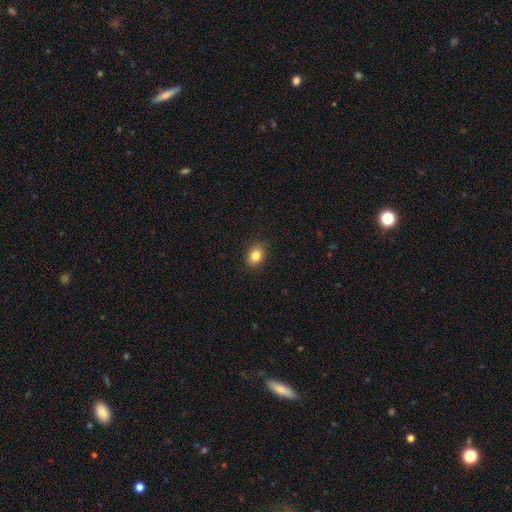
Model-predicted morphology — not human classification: This is clearly a smooth galaxy (84%). How rounded: likely in between (62%). Merging: clearly none (89%).